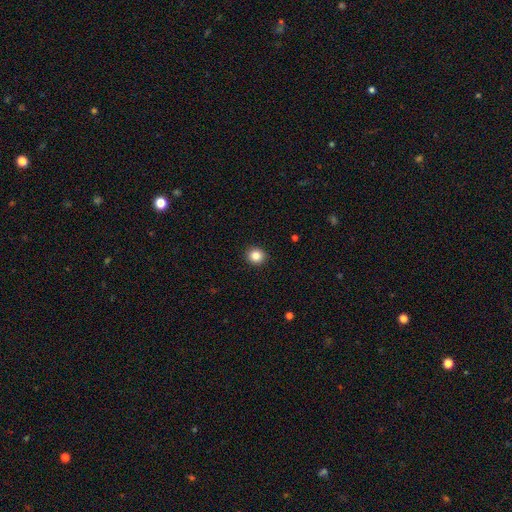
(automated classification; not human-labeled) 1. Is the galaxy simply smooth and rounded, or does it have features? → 85% smooth, 11% star or artifact, 5% featured or disk.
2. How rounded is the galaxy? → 89% round, 10% in between, 1% cigar-shaped.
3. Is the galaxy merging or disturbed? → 93% none, 5% minor disturbance, 2% major disturbance, 1% merger.